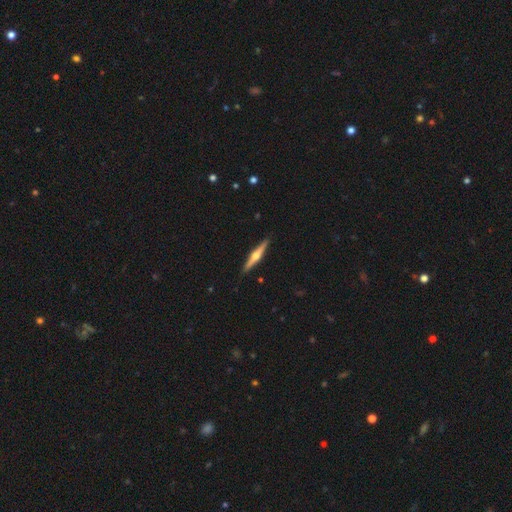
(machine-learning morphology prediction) A featured or disk galaxy (72%) viewed edge-on (98%) with a rounded central bulge (94%). Merging: none (91%).